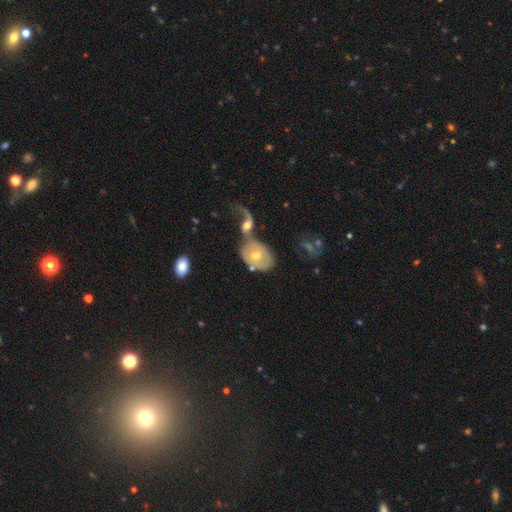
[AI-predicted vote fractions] Morphology: type=featured or disk (52%); edge-on=no (92%); merging=merger (47%).